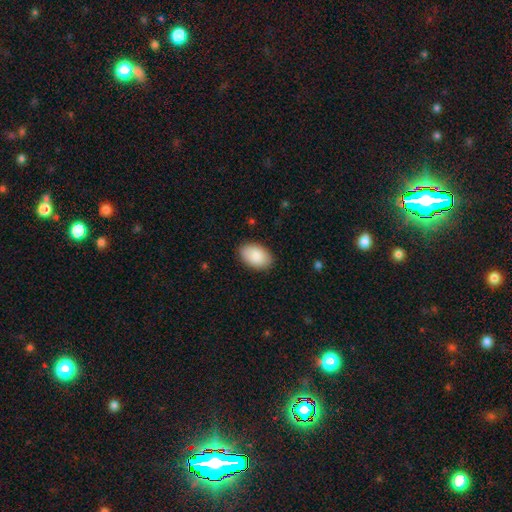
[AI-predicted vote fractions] Q: Smooth or featured?
A: smooth (88%); runner-up: featured or disk (6%)
Q: How rounded?
A: in between (92%); runner-up: round (7%)
Q: Merging?
A: none (86%); runner-up: minor disturbance (10%)